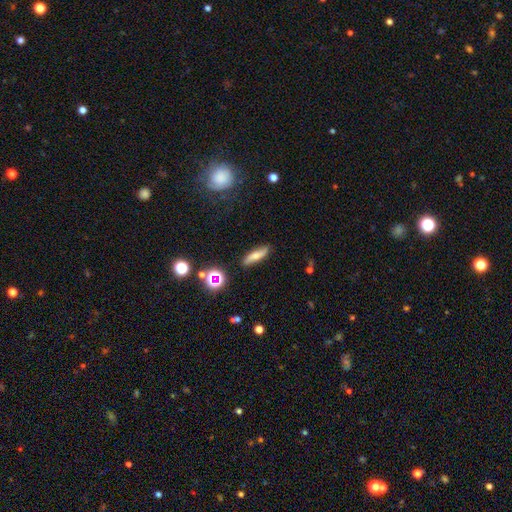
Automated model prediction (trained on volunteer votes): Q: Smooth or featured?
A: smooth (61%); runner-up: featured or disk (28%)
Q: How rounded?
A: cigar-shaped (64%); runner-up: in between (31%)
Q: Merging?
A: none (85%); runner-up: minor disturbance (11%)